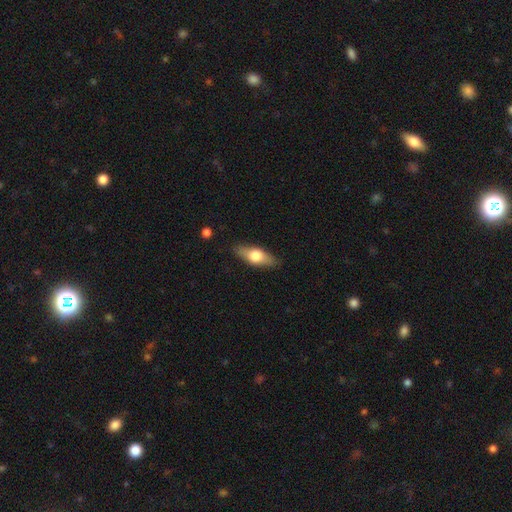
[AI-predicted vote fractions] This appears to be a smooth galaxy with no disk features (55%) that is in between round and cigar-shaped (67%). Merging: none (85%).